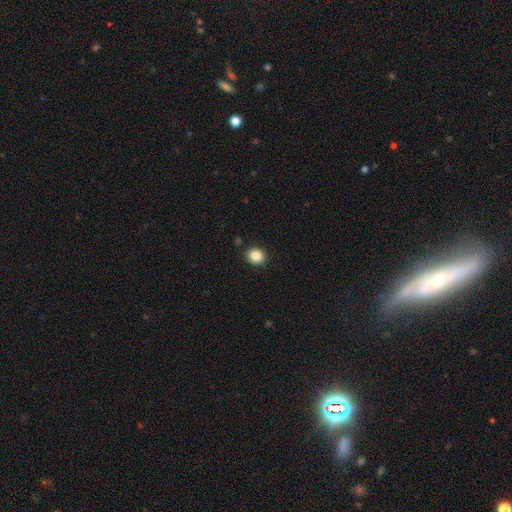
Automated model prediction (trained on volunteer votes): Smooth or featured?
  - smooth: 86% *
  - star or artifact: 10%
  - featured or disk: 4%
How rounded?
  - round: 86% *
  - in between: 13%
  - cigar-shaped: 1%
Merging?
  - none: 91% *
  - minor disturbance: 6%
  - major disturbance: 2%
  - merger: 1%